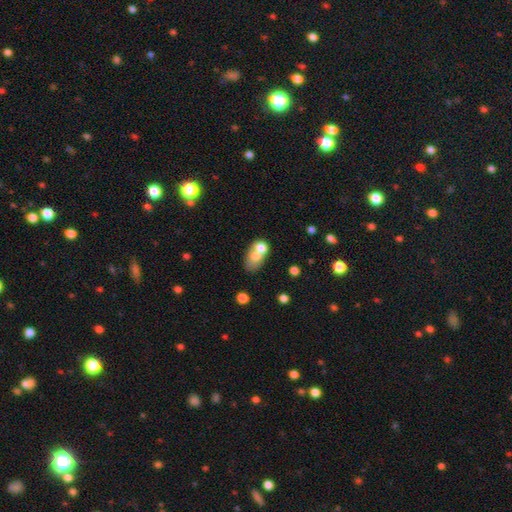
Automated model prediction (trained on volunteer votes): smooth-or-featured: smooth: 66% | featured or disk: 24% | star or artifact: 10%
  how-rounded: in between: 74% | round: 24% | cigar-shaped: 2%
  merging: merger: 58% | none: 27% | minor disturbance: 9% | major disturbance: 5%